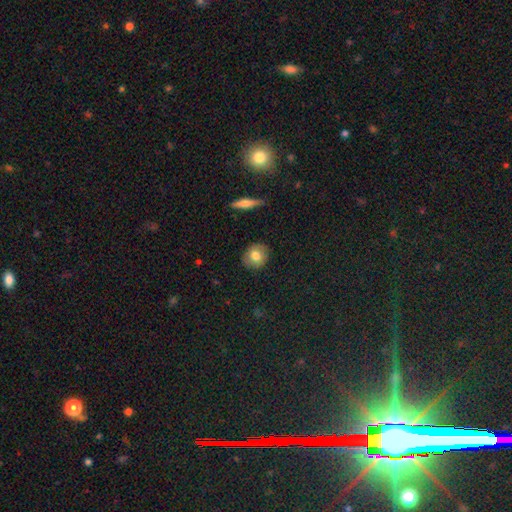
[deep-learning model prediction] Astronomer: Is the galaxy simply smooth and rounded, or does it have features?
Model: smooth — 74%.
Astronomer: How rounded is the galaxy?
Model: round — 72%.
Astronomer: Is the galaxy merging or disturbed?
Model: none — 87%.